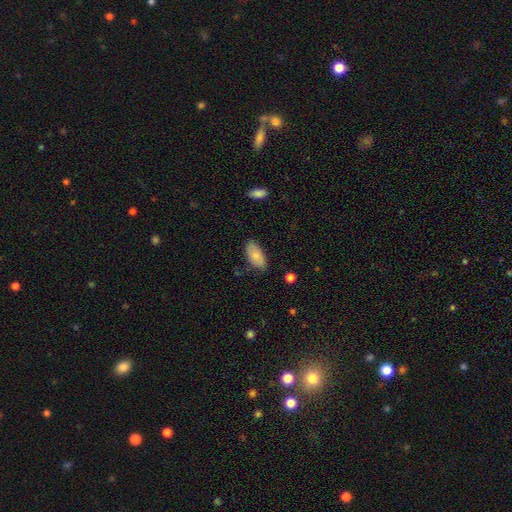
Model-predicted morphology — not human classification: A smooth galaxy with no disk features (82%) that is in between round and cigar-shaped (92%). Merging: none (78%).